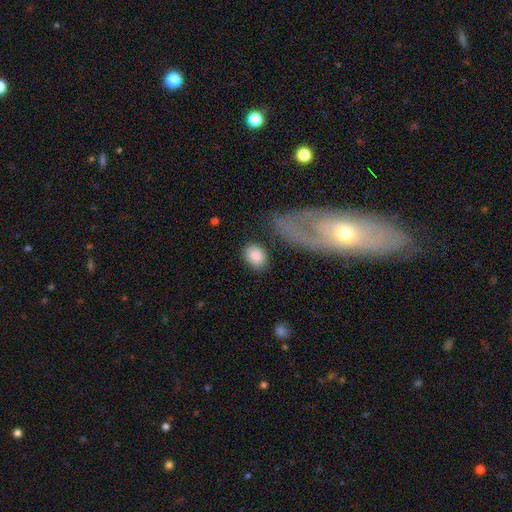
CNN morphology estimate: This is clearly a smooth galaxy (87%). How rounded: likely in between (66%). Merging: likely none (74%).